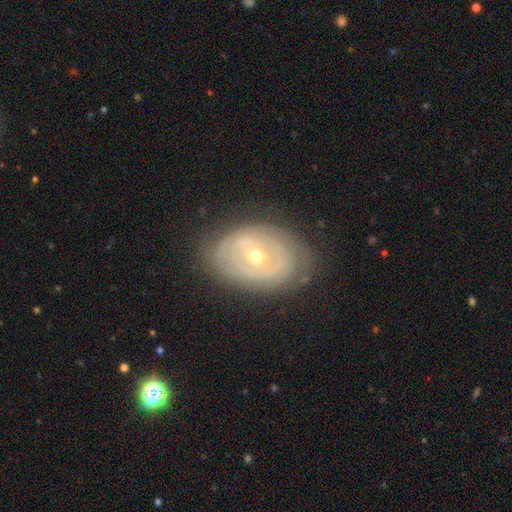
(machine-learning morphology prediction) A featured or disk galaxy (75%) with no bar (55%), spiral arms (51%) and a moderate central bulge (52%). Merging: none (77%).